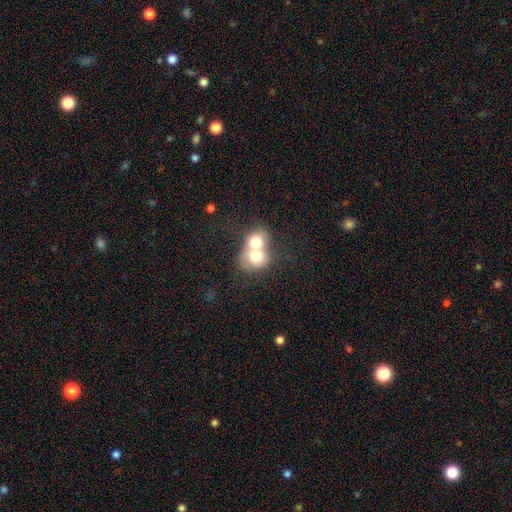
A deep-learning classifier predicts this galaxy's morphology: A smooth galaxy with no disk features (69%) that is round (64%). Merging: merger (80%).